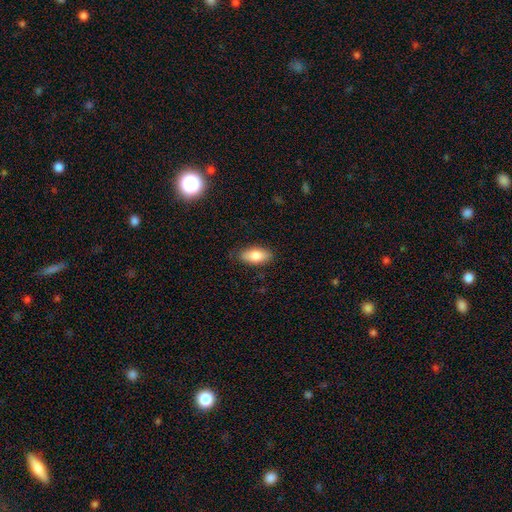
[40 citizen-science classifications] This appears to be a smooth galaxy with no disk features (75%) that is in between round and cigar-shaped (77%). Merging: none (92%).